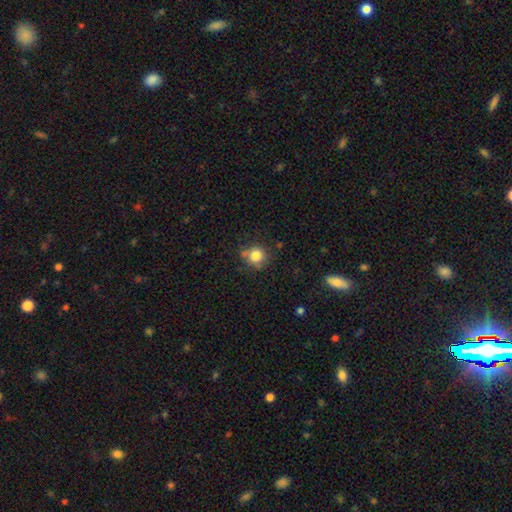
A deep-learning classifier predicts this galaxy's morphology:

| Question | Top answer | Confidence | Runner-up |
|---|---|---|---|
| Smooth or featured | smooth | 81% | star or artifact (11%) |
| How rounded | round | 88% | in between (11%) |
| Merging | none | 70% | minor disturbance (18%) |